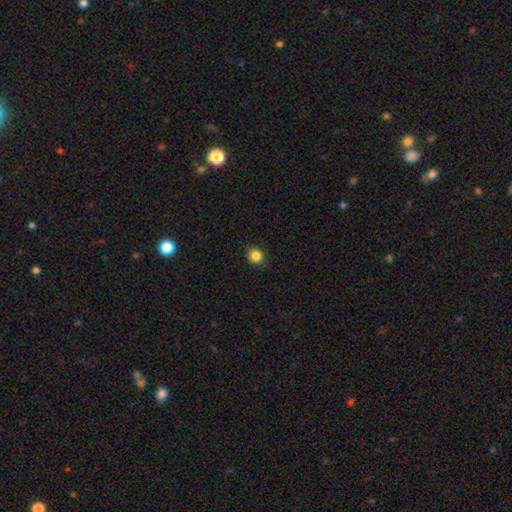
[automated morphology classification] This appears to be a smooth galaxy with no disk features (85%) that is round (81%). Merging: none (90%).